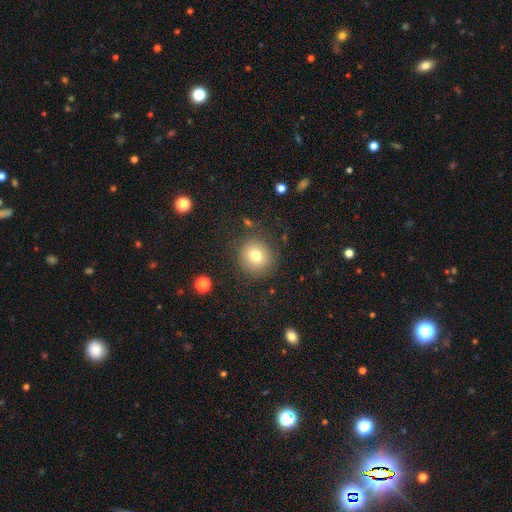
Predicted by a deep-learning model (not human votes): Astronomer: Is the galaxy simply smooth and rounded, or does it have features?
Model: smooth — 77%.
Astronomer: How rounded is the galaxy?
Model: round — 92%.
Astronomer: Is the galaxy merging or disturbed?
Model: none — 85%.